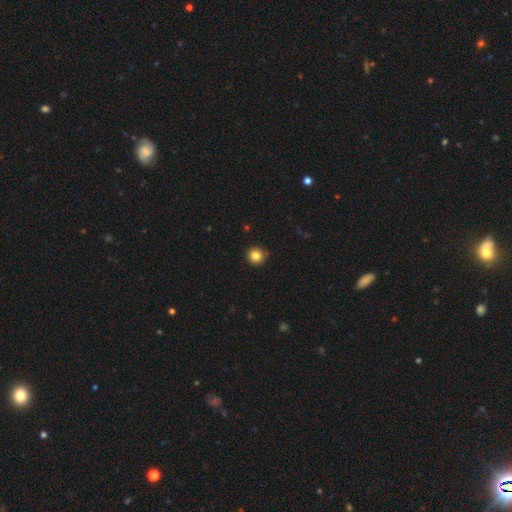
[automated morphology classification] Smooth or featured? Predicted: smooth (p=0.84). How rounded? Predicted: round (p=0.95). Merging? Predicted: none (p=0.91).